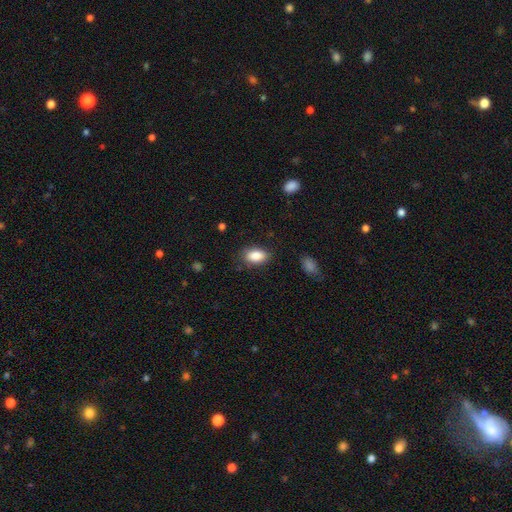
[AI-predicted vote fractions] Overall: smooth (86%). How rounded: in between (91%). Merging: none (82%).